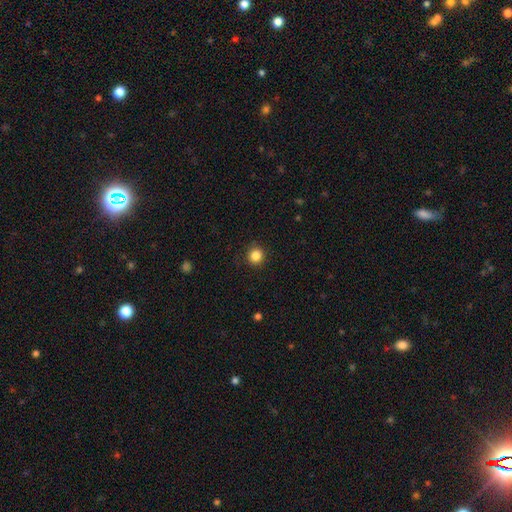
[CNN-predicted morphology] A smooth galaxy with no disk features (85%) that is round (91%).

Vote fractions:
- Smooth or featured? smooth: 85% / star or artifact: 11% / featured or disk: 4%
- How rounded? round: 91% / in between: 8% / cigar-shaped: 1%
- Merging? none: 91% / minor disturbance: 6% / major disturbance: 2% / merger: 1%